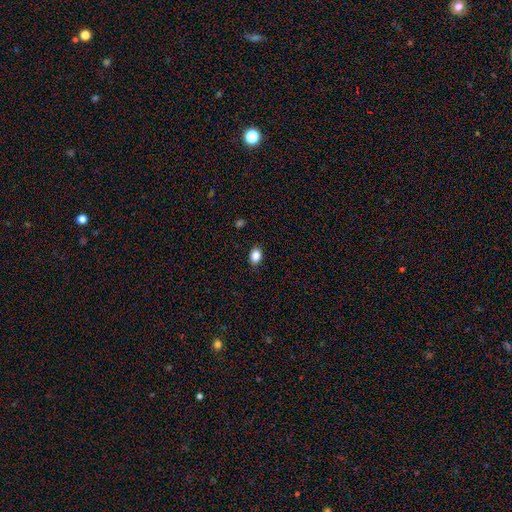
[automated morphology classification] smooth 86%, star or artifact 10%, featured or disk 4%. Down the decision tree: how rounded — in between (70%); merging — none (88%).